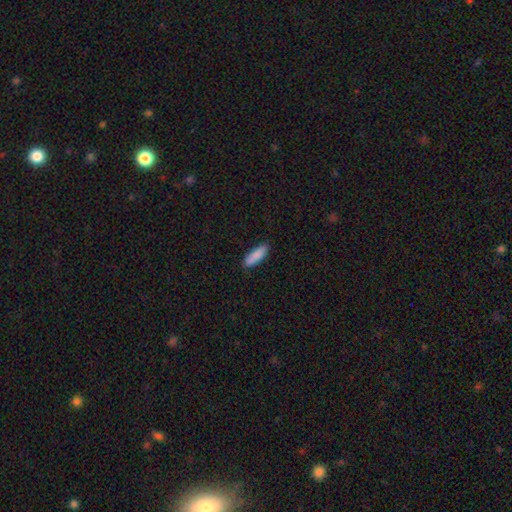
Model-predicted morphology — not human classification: A smooth galaxy with no disk features (88%) that is cigar-shaped (53%).

Vote fractions:
- Smooth or featured? smooth: 88% / featured or disk: 6% / star or artifact: 6%
- How rounded? cigar-shaped: 53% / in between: 45% / round: 2%
- Merging? none: 88% / minor disturbance: 9% / major disturbance: 2% / merger: 1%